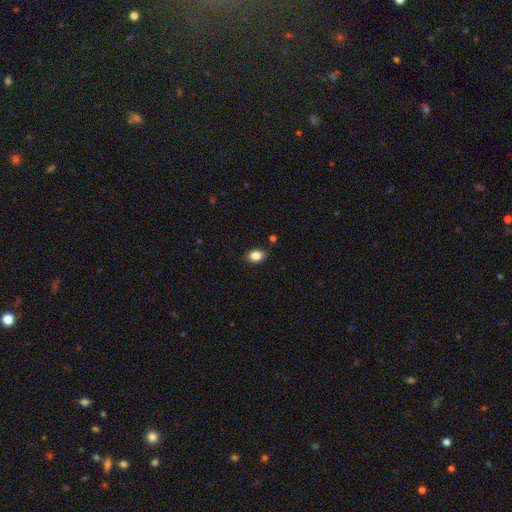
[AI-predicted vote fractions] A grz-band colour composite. It shows a smooth galaxy with no disk features (85%) that is in between round and cigar-shaped (65%). Merging: none (86%).